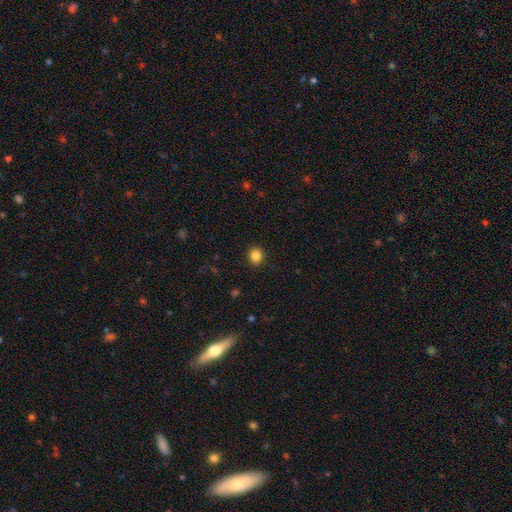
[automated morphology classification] smooth_or_featured: smooth (p=0.84) [alt: star or artifact p=0.11]
how_rounded: round (p=0.81) [alt: in between p=0.18]
merging: none (p=0.92) [alt: minor disturbance p=0.06]